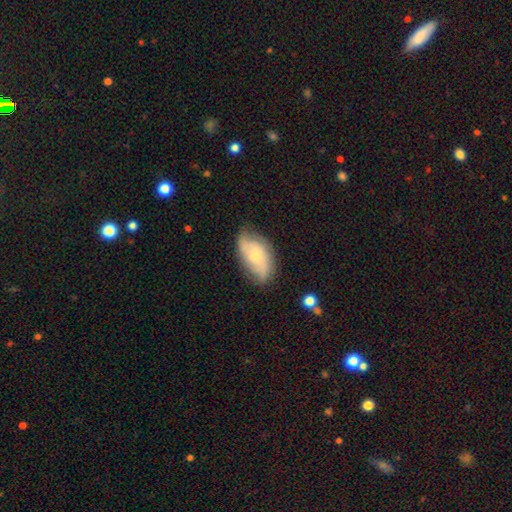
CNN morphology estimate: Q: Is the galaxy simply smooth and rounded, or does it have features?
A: featured or disk — 52%.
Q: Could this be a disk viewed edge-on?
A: no — 93%.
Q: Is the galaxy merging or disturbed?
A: none — 65%.